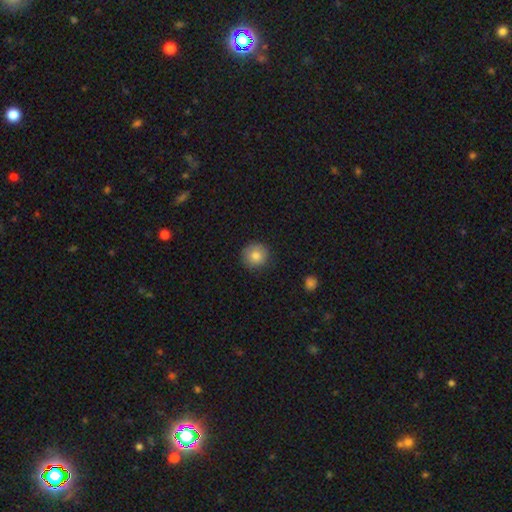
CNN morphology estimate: Q: Smooth or featured?
A: smooth (82%); runner-up: star or artifact (9%)
Q: How rounded?
A: round (94%); runner-up: in between (5%)
Q: Merging?
A: none (88%); runner-up: minor disturbance (9%)